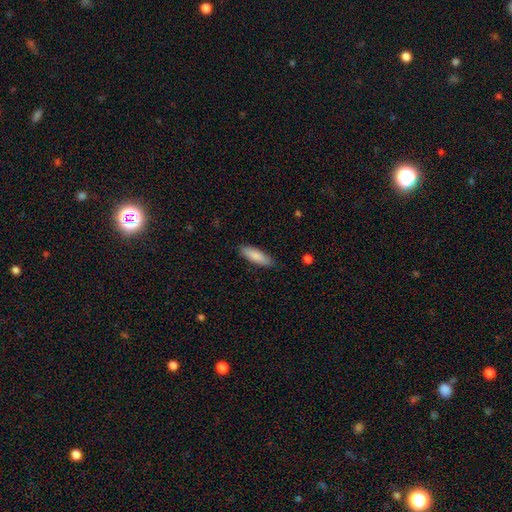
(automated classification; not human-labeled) smooth-or-featured: smooth: 85% | featured or disk: 10% | star or artifact: 6%
  how-rounded: in between: 54% | cigar-shaped: 44% | round: 1%
  merging: none: 87% | minor disturbance: 10% | major disturbance: 2% | merger: 1%